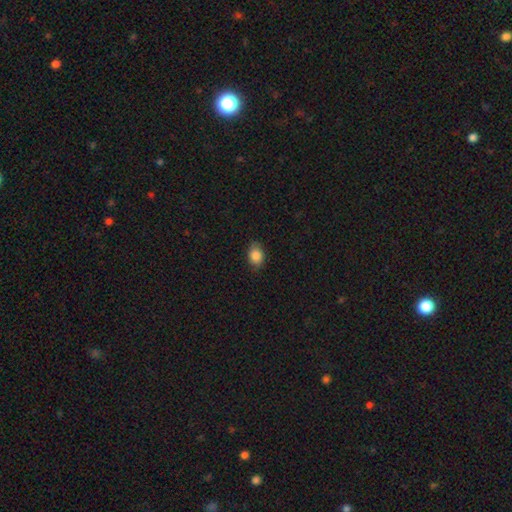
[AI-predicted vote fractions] Smooth or featured? Predicted: smooth (p=0.85). How rounded? Predicted: in between (p=0.70). Merging? Predicted: none (p=0.78).